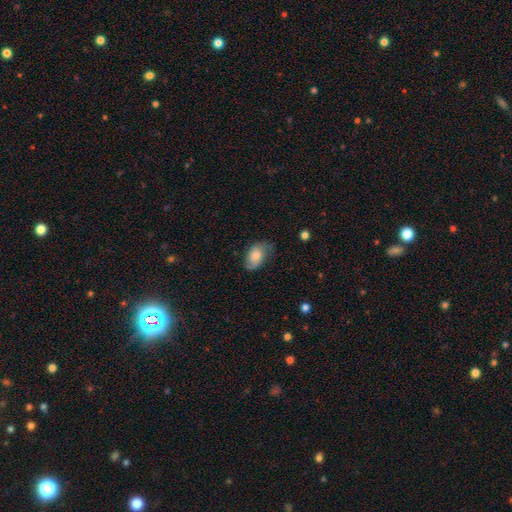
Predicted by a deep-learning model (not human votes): Smooth or featured: smooth — 65% (featured or disk — 28%)
How rounded: in between — 89% (round — 9%)
Merging: none — 56% (minor disturbance — 32%)